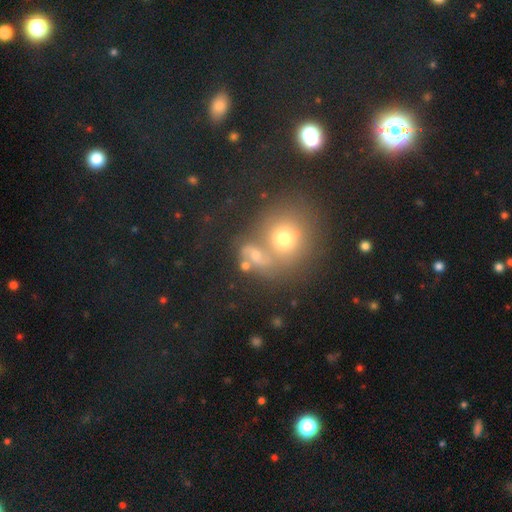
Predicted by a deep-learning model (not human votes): smooth 46%, featured or disk 36%, star or artifact 19%. Down the decision tree: merging — merger (39%, tied with none).